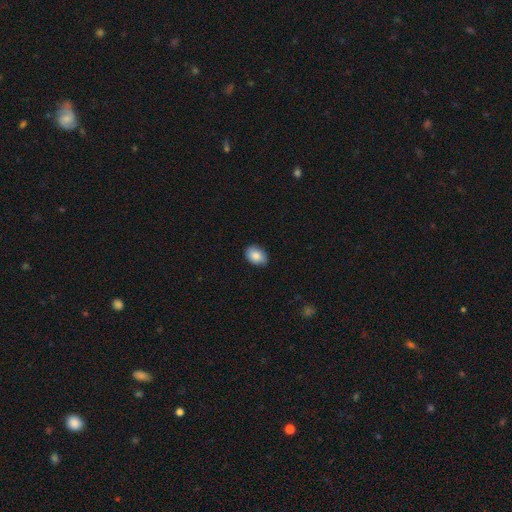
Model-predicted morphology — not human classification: type=smooth (86%); roundness=in between (78%); merging=none (84%).